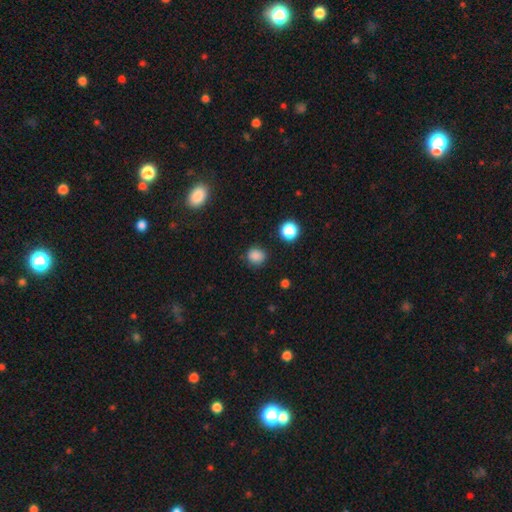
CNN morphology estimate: The model was most divided on "how rounded": round: 79%, in between: 20%, cigar-shaped: 1%. More confident: smooth or featured — smooth (84%); merging — none (81%).